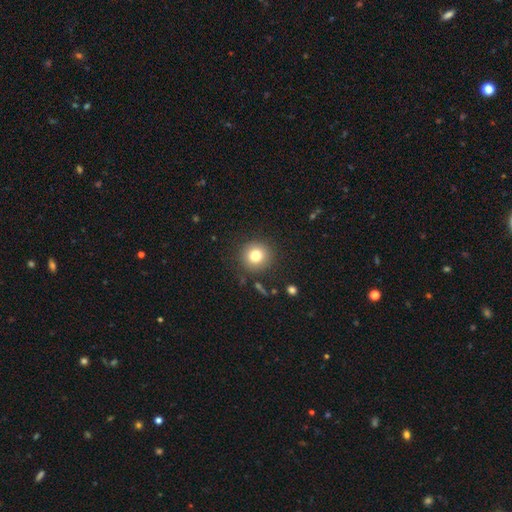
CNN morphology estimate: Smooth or featured?
  - smooth: 78% *
  - star or artifact: 12%
  - featured or disk: 10%
How rounded?
  - round: 94% *
  - in between: 6%
  - cigar-shaped: 1%
Merging?
  - none: 88% *
  - minor disturbance: 7%
  - major disturbance: 3%
  - merger: 2%